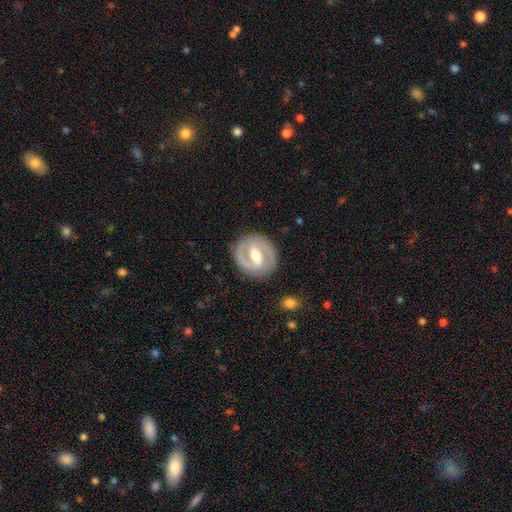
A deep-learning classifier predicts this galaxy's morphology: Overall: featured or disk (80%). Edge-on disk: no (96%). Bar: strong (49%; weak 39%). Spiral arms: yes (79%). Spiral arm count: 2 (83%). Spiral winding: tight (47%; medium 40%). Bulge size: moderate (66%). Merging: none (83%).